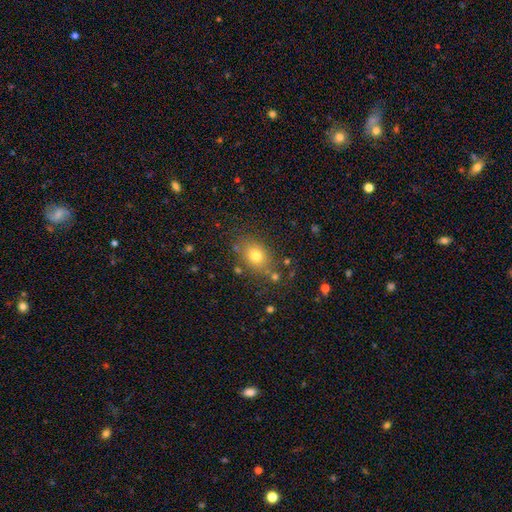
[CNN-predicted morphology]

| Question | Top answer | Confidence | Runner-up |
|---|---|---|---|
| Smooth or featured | smooth | 76% | star or artifact (13%) |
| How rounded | in between | 57% | round (41%) |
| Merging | none | 77% | minor disturbance (13%) |